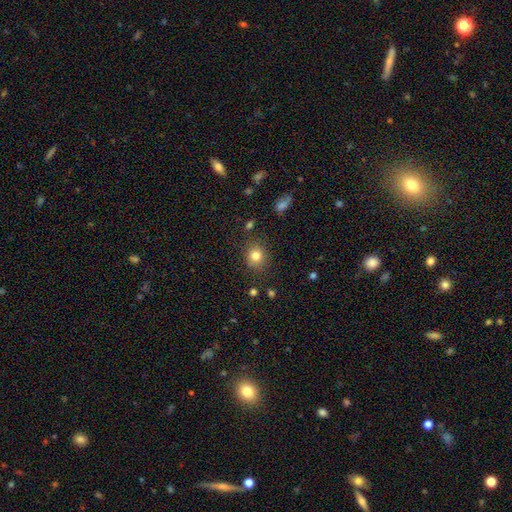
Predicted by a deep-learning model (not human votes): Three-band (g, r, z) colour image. It shows a smooth galaxy with no disk features (81%) that is round (72%). Merging: none (83%).